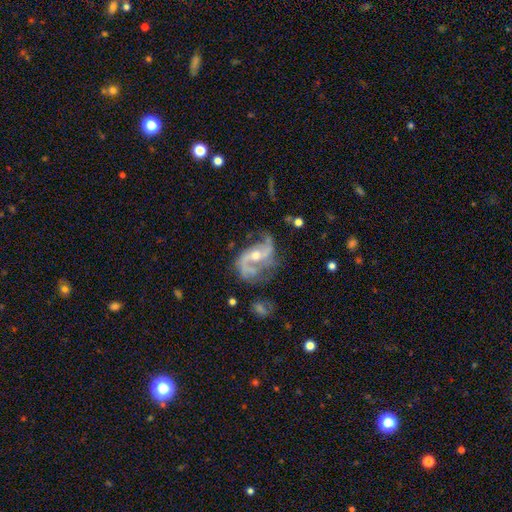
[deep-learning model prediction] This appears to be a featured or disk galaxy (89%) with no bar (44%), 2 (85%) loose (60%) spiral arms (96%) and a moderate central bulge (57%). Merging: none (56%).